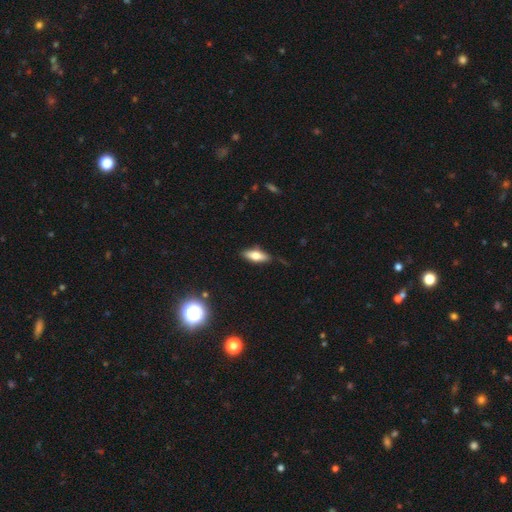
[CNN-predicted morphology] A smooth galaxy with no disk features (67%) that is in between round and cigar-shaped (66%).

Vote fractions:
- Smooth or featured? smooth: 67% / featured or disk: 25% / star or artifact: 8%
- How rounded? in between: 66% / cigar-shaped: 31% / round: 3%
- Merging? none: 78% / minor disturbance: 17% / major disturbance: 3% / merger: 2%